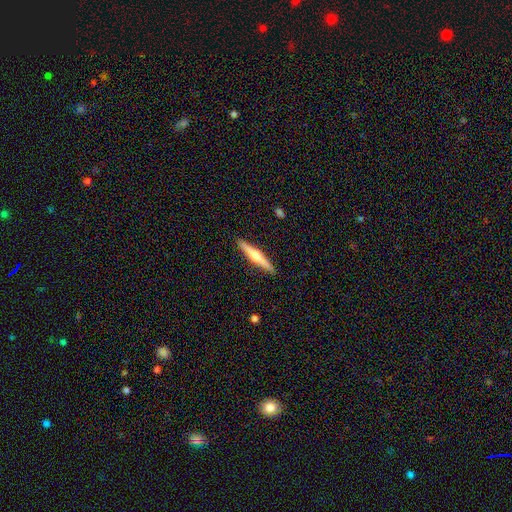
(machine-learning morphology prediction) A featured or disk galaxy (63%) viewed edge-on (98%) with a rounded central bulge (90%).

Vote fractions:
- Smooth or featured? featured or disk: 63% / smooth: 32% / star or artifact: 5%
- Edge-on disk? yes: 98% / no: 2%
- Edge-on bulge? rounded: 90% / boxy: 5% / none: 5%
- Merging? none: 91% / minor disturbance: 6% / major disturbance: 1% / merger: 1%